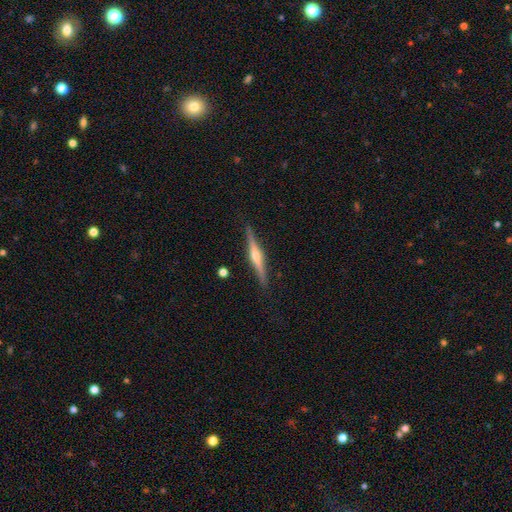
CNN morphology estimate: This is likely a featured or disk galaxy (78%). It is clearly viewed edge-on (98%). Edge-on bulge: clearly rounded (85%). Merging: clearly none (89%).